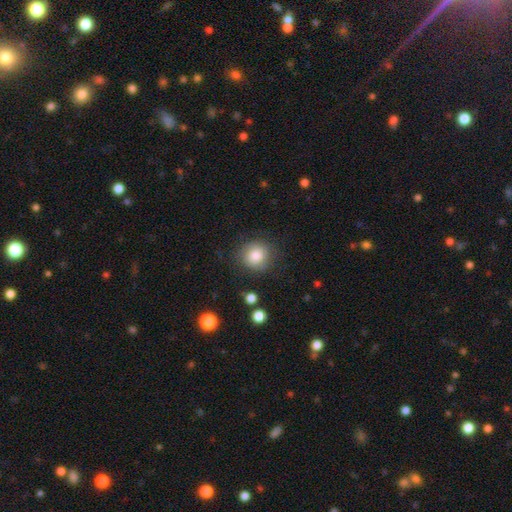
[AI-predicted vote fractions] This is likely a smooth galaxy (77%). How rounded: clearly round (87%). Merging: likely none (78%).